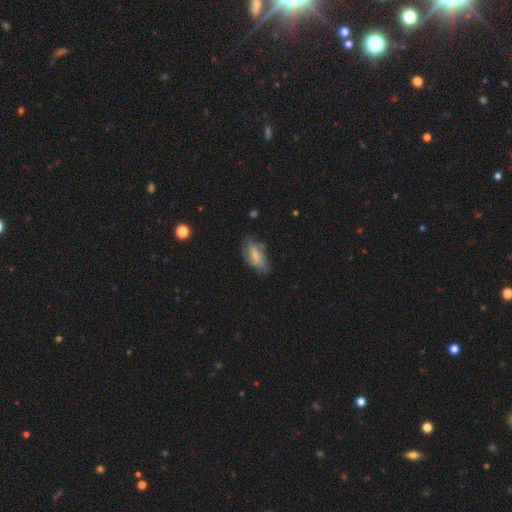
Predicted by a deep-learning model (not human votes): Smooth or featured? smooth (49%)
Merging? none (54%)